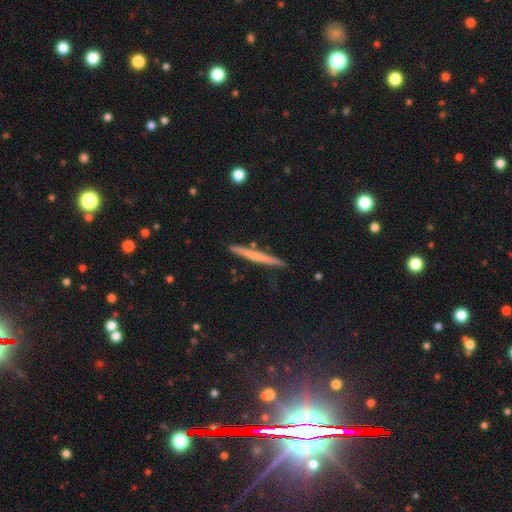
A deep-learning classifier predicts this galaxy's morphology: type=smooth (48%); merging=none (90%).